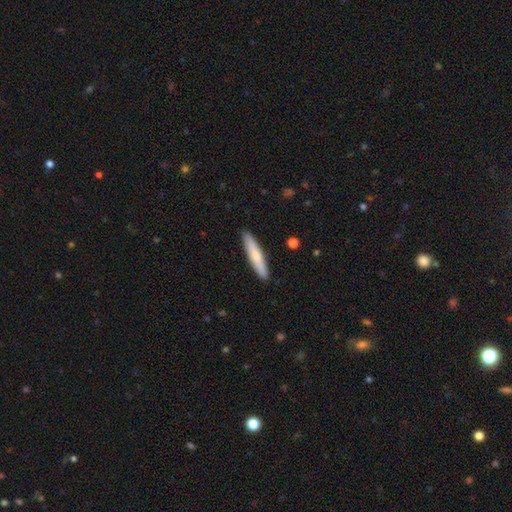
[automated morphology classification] This is likely a smooth galaxy (68%). How rounded: clearly cigar-shaped (90%). Merging: clearly none (91%).